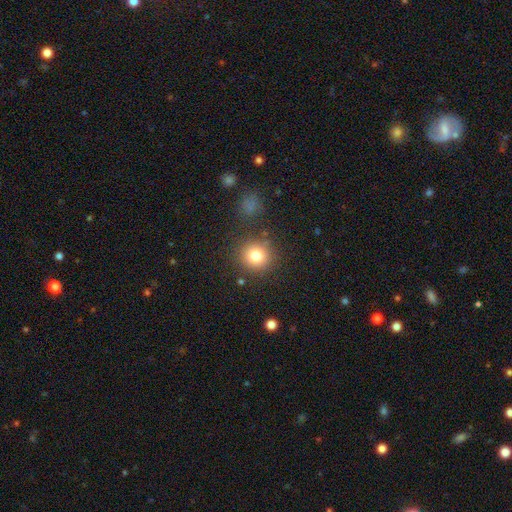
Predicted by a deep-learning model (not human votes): This appears to be a smooth galaxy with no disk features (81%) that is round (91%). Merging: none (83%).